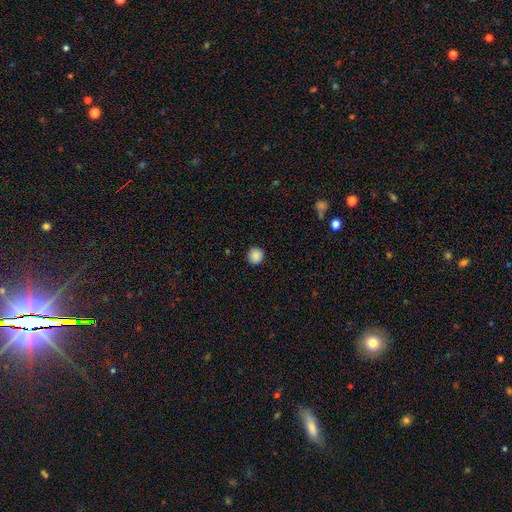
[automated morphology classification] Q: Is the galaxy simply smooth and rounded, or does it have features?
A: smooth — 88%.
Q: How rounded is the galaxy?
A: round — 94%.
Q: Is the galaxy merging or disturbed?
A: none — 92%.